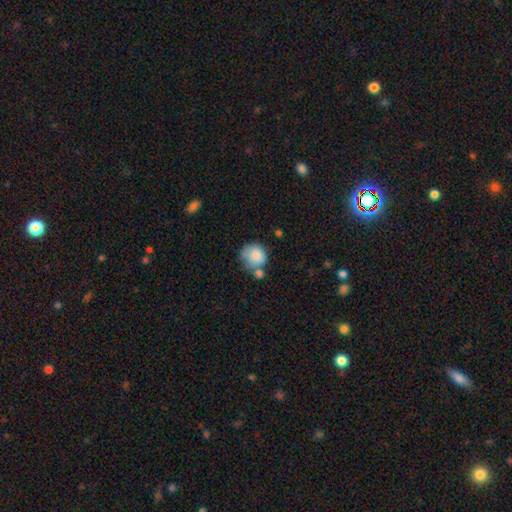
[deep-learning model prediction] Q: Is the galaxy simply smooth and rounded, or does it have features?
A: smooth — 82%.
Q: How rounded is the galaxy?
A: round — 83%.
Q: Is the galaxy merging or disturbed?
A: none — 48%.